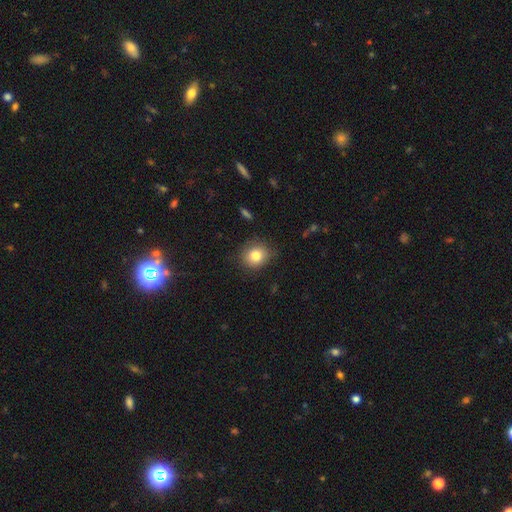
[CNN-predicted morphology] type=smooth (82%); roundness=round (76%); merging=none (84%).